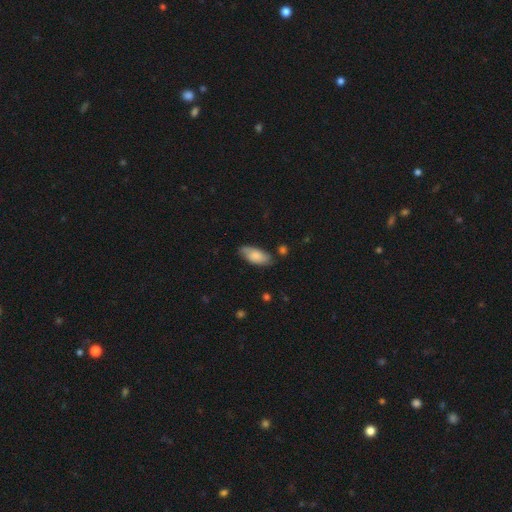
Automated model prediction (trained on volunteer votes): The model was most divided on "merging": none: 73%, minor disturbance: 20%, major disturbance: 4%, merger: 3%. More confident: how rounded — in between (87%); smooth or featured — smooth (73%).